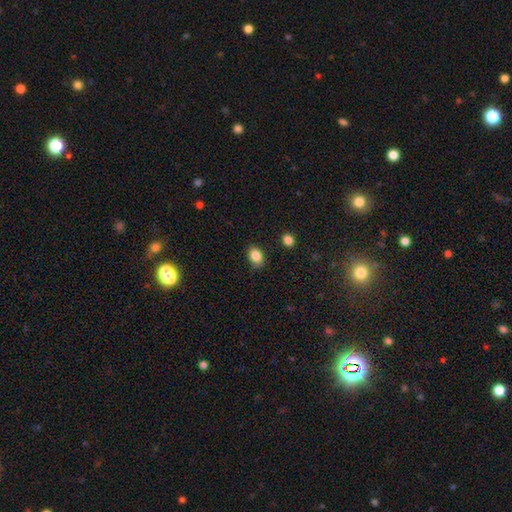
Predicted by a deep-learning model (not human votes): Smooth or featured: smooth — 85% (star or artifact — 10%)
How rounded: in between — 74% (round — 24%)
Merging: none — 81% (minor disturbance — 14%)